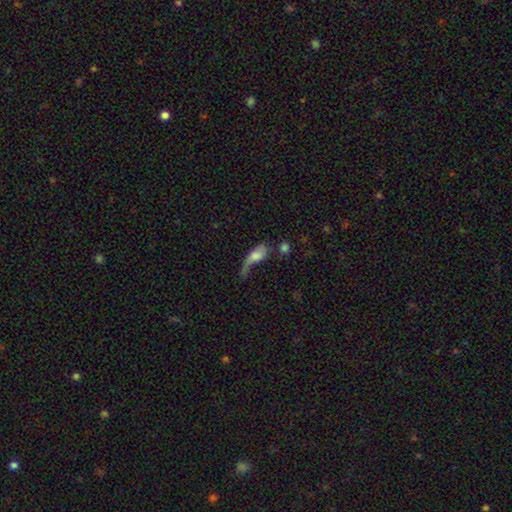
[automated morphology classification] A smooth galaxy with no disk features (55%) that is in between round and cigar-shaped (67%). Merging: major disturbance (46%).